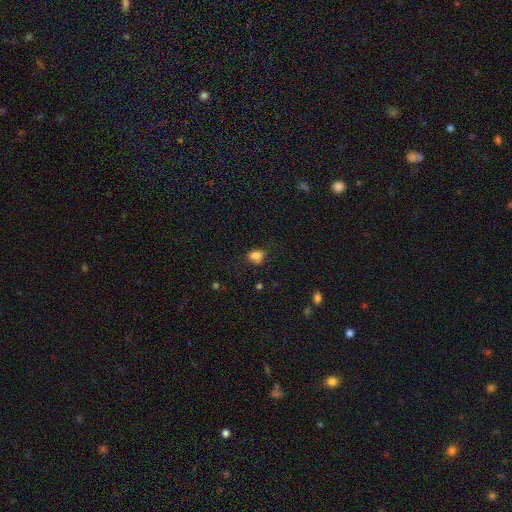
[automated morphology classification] Smooth or featured?
  - smooth: 80% *
  - star or artifact: 13%
  - featured or disk: 7%
How rounded?
  - in between: 58% *
  - round: 40%
  - cigar-shaped: 1%
Merging?
  - none: 54% *
  - minor disturbance: 28%
  - major disturbance: 10%
  - merger: 7%